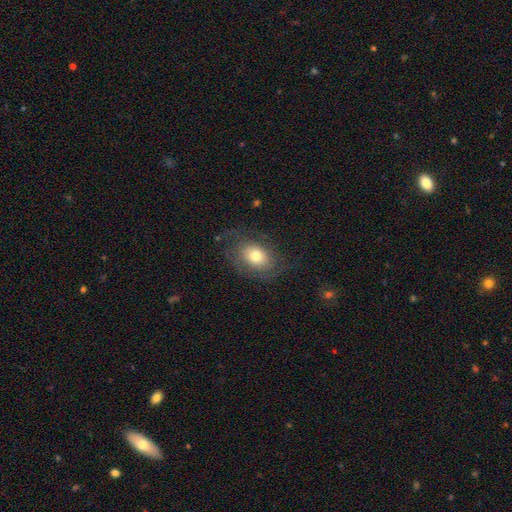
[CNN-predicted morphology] A smooth galaxy with no disk features (50%) that is in between round and cigar-shaped (73%). Merging: none (65%).